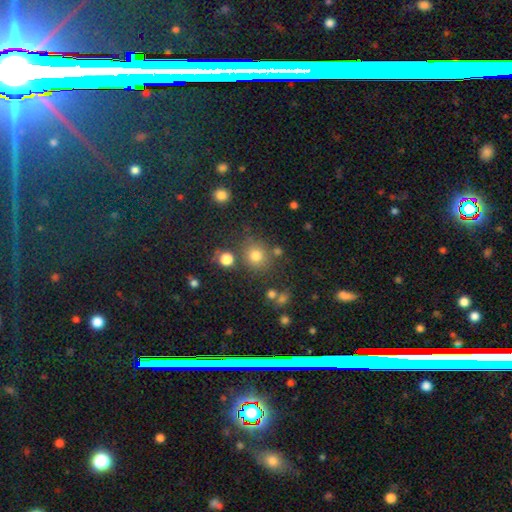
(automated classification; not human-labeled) Overall: smooth (75%). How rounded: round (88%). Merging: none (78%).